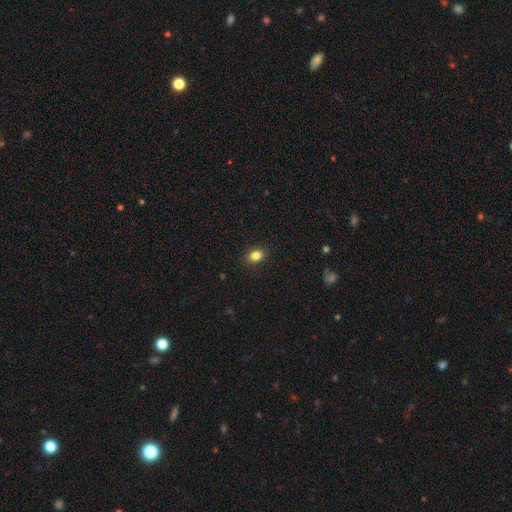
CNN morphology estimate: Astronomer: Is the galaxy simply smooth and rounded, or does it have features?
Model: smooth — 83%.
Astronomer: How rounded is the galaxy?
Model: in between — 68%.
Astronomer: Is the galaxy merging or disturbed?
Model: none — 89%.